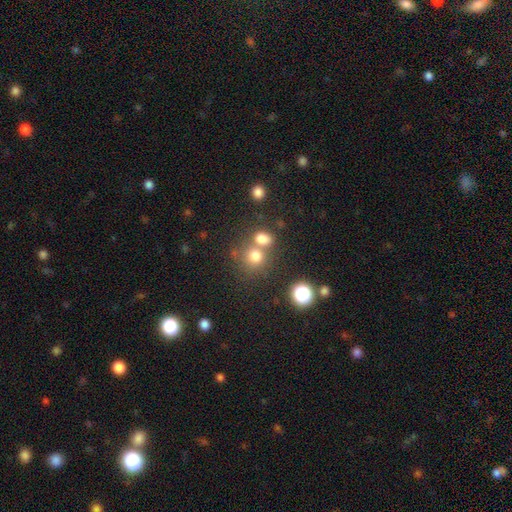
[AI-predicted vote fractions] smooth 74%, star or artifact 16%, featured or disk 10%. Down the decision tree: how rounded — round (78%); merging — none (50%).